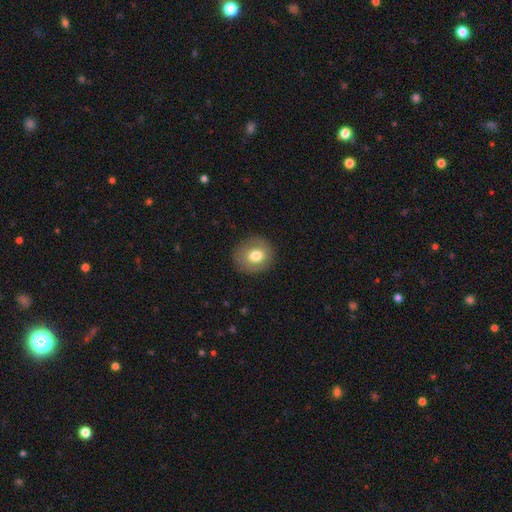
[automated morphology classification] smooth_or_featured: smooth (p=0.74) [alt: featured or disk p=0.18]
how_rounded: round (p=0.80) [alt: in between p=0.20]
merging: none (p=0.87) [alt: minor disturbance p=0.09]